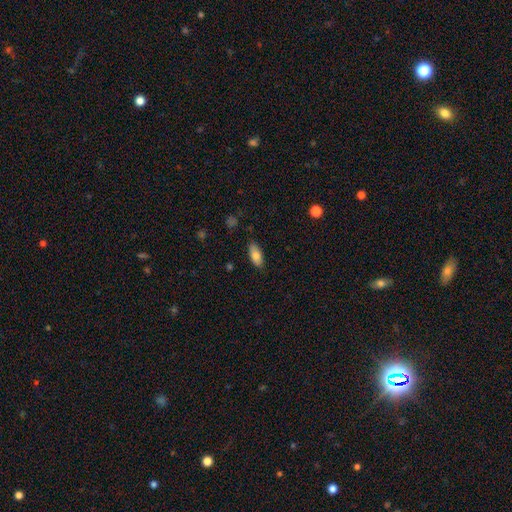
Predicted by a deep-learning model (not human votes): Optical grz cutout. It shows a smooth galaxy with no disk features (80%) that is in between round and cigar-shaped (88%). Merging: none (84%).